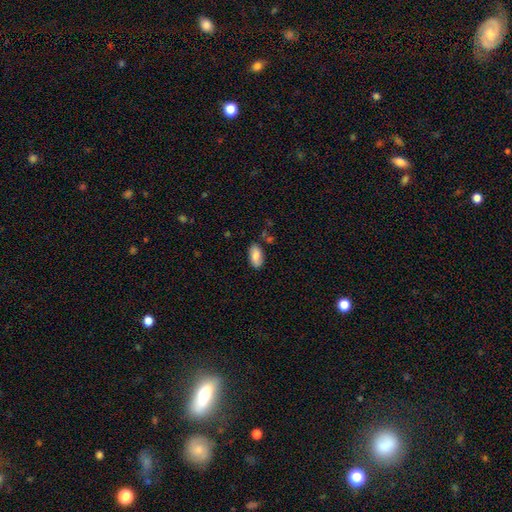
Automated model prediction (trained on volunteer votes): Smooth or featured? smooth (82%)
How rounded? in between (93%)
Merging? none (80%)